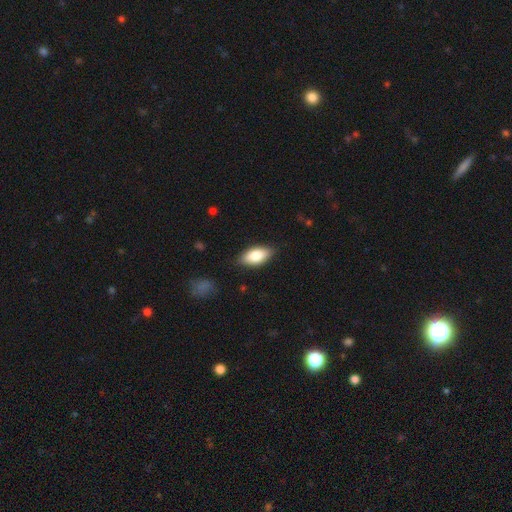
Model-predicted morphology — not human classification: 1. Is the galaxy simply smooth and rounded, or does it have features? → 80% smooth, 14% featured or disk, 6% star or artifact.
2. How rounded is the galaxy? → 89% in between, 8% cigar-shaped, 3% round.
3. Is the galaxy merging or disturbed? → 83% none, 13% minor disturbance, 3% major disturbance, 1% merger.